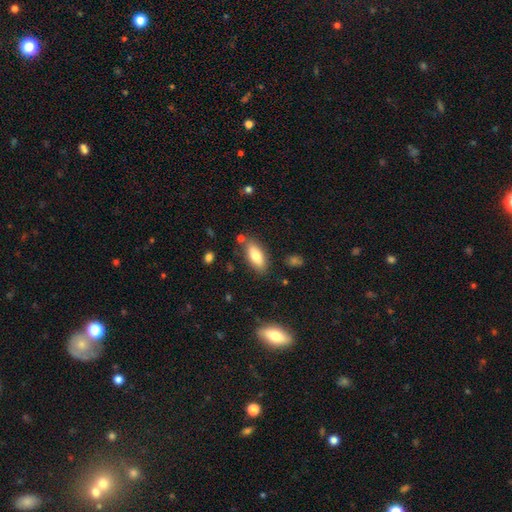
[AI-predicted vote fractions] smooth_or_featured: smooth (p=0.78) [alt: featured or disk p=0.15]
how_rounded: in between (p=0.79) [alt: cigar-shaped p=0.19]
merging: none (p=0.78) [alt: minor disturbance p=0.13]